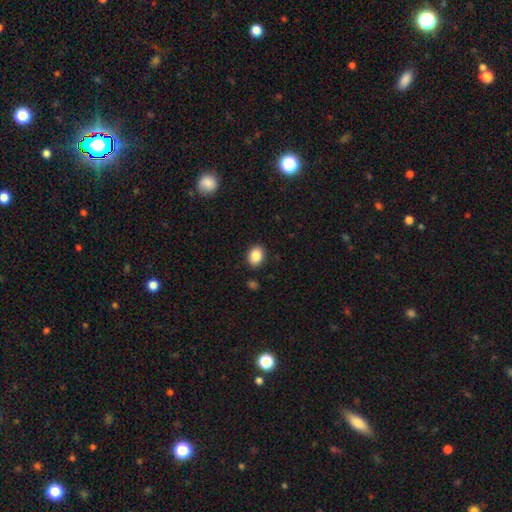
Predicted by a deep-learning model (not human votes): A smooth galaxy with no disk features (87%) that is in between round and cigar-shaped (58%). Merging: none (89%).